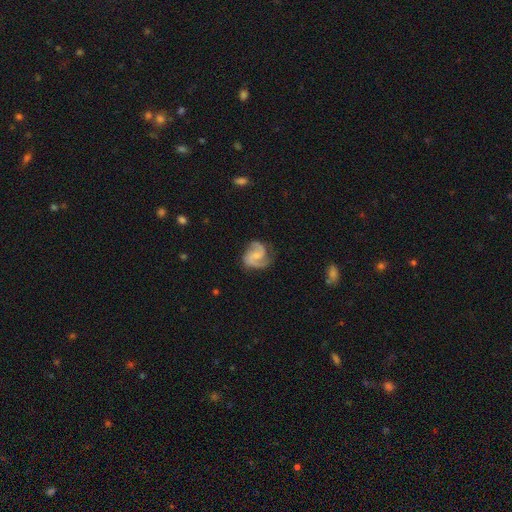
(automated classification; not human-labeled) Smooth or featured? Predicted: featured or disk (p=0.84). Edge-on disk? Predicted: no (p=0.98). Bar? Predicted: no (p=0.46). Spiral arms? Predicted: yes (p=0.97). Spiral winding? Predicted: medium (p=0.55). Spiral arm count? Predicted: 2 (p=0.86). Bulge size? Predicted: small (p=0.54). Merging? Predicted: none (p=0.70).